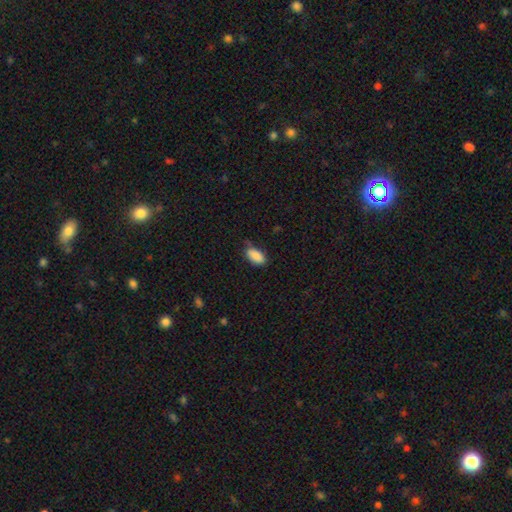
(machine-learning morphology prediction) Smooth or featured: smooth — 89% (star or artifact — 7%)
How rounded: in between — 93% (cigar-shaped — 4%)
Merging: none — 67% (minor disturbance — 27%)